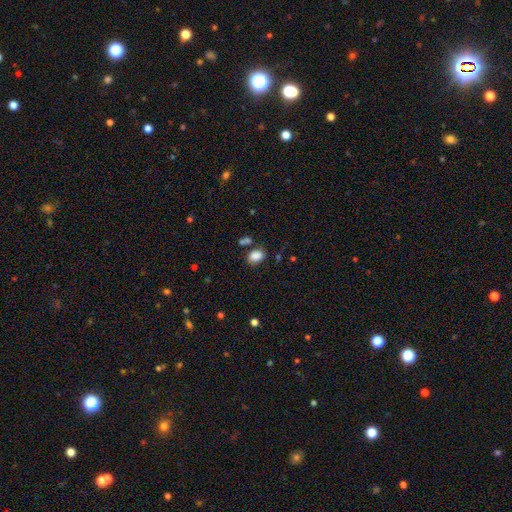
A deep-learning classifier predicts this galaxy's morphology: Smooth or featured? Predicted: smooth (p=0.86). How rounded? Predicted: in between (p=0.79). Merging? Predicted: none (p=0.72).